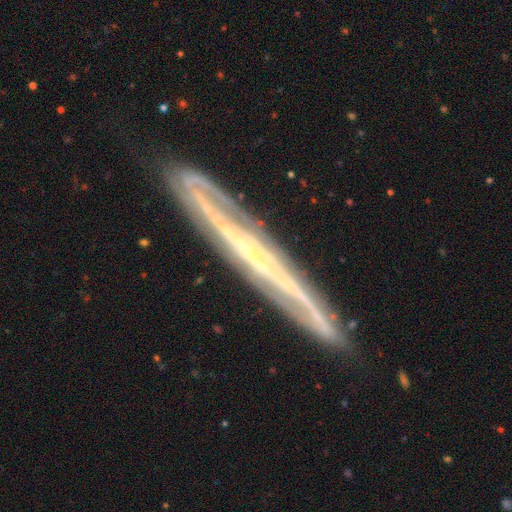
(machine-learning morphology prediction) Smooth or featured: featured or disk — 82% (smooth — 12%)
Edge-on disk: yes — 84% (no — 16%)
Edge-on bulge: none — 75% (rounded — 18%)
Merging: none — 81% (minor disturbance — 14%)